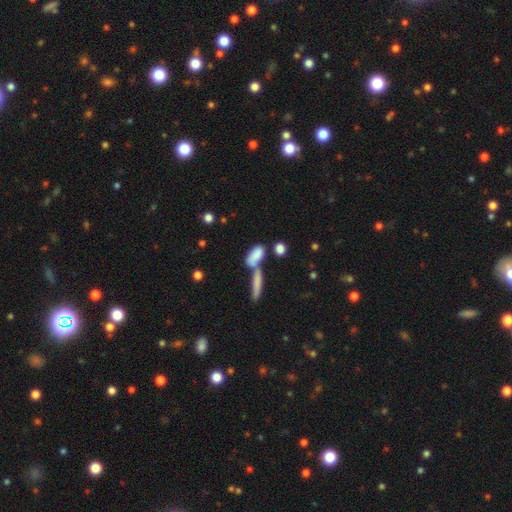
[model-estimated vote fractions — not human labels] A smooth galaxy with no disk features (78%) that is in between round and cigar-shaped (69%). Merging: merger (47%).